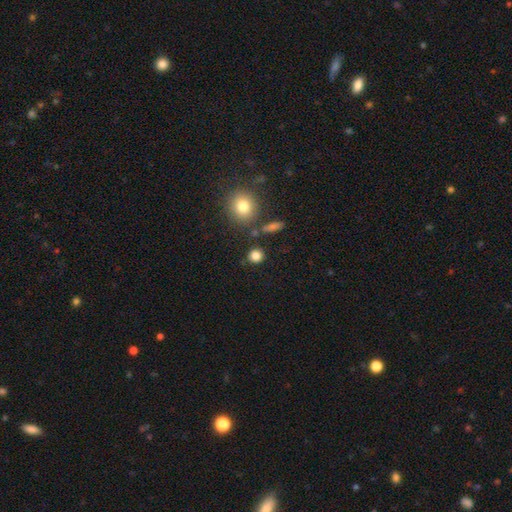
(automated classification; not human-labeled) This is clearly a smooth galaxy (82%). How rounded: clearly round (85%). Merging: clearly none (82%).